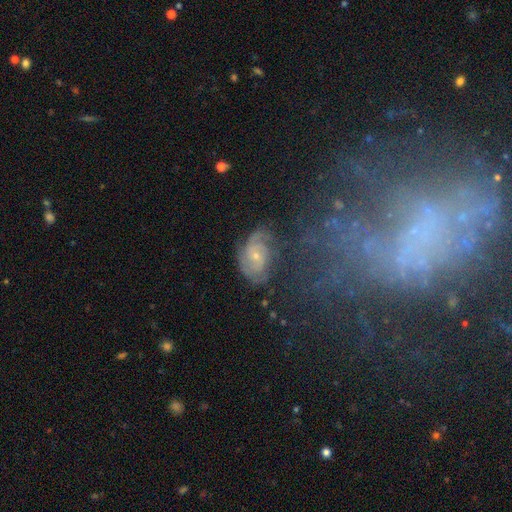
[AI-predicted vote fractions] Q: Smooth or featured?
A: featured or disk (78%); runner-up: smooth (14%)
Q: Edge-on disk?
A: no (97%); runner-up: yes (3%)
Q: Bar?
A: no (60%); runner-up: weak (34%)
Q: Spiral arms?
A: yes (93%); runner-up: no (7%)
Q: Spiral winding?
A: tight (51%); runner-up: medium (37%)
Q: Spiral arm count?
A: 2 (41%); runner-up: can't tell (28%)
Q: Bulge size?
A: small (69%); runner-up: moderate (27%)
Q: Merging?
A: none (64%); runner-up: minor disturbance (23%)